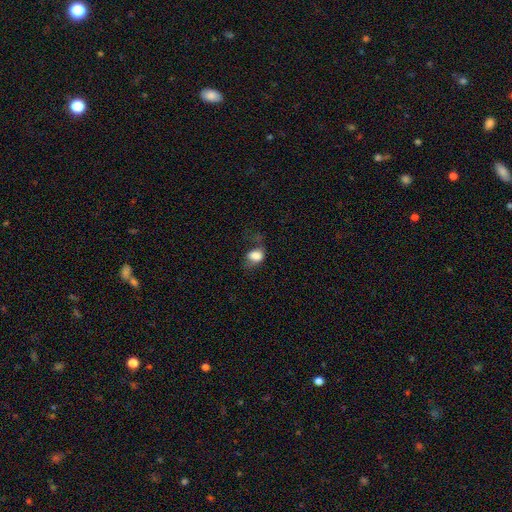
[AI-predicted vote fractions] A smooth galaxy with no disk features (80%) that is in between round and cigar-shaped (68%). Merging: none (36%).